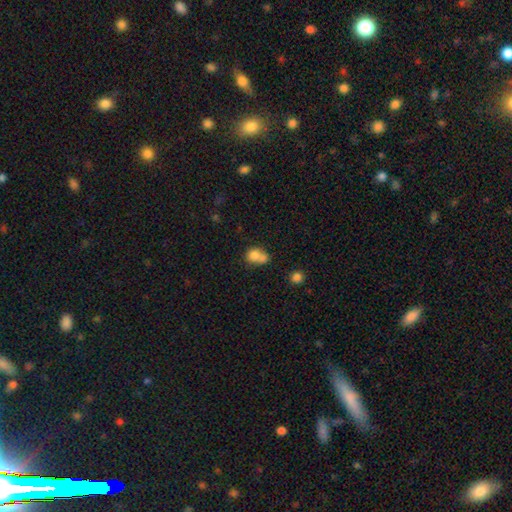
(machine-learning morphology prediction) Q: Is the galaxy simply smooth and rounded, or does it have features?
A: smooth — 76%.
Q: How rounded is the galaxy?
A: round — 53%.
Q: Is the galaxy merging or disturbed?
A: merger — 51%.